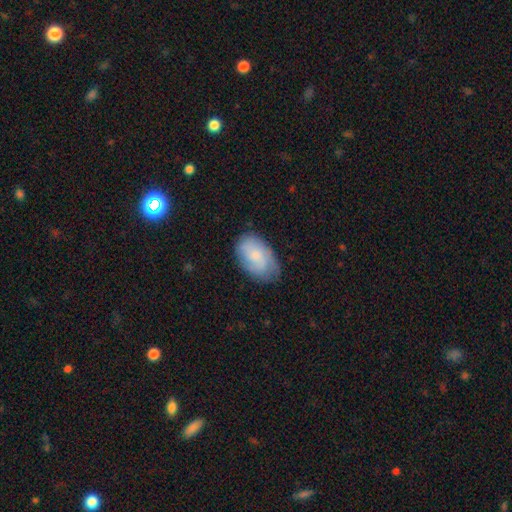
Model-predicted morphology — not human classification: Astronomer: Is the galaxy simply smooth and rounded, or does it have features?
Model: smooth — 65%.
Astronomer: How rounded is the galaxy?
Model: in between — 92%.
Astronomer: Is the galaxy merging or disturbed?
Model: none — 65%.